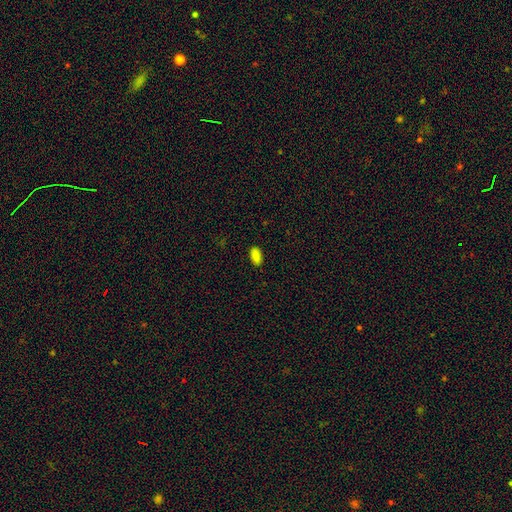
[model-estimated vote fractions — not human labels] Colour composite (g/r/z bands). It shows a smooth galaxy with no disk features (87%) that is in between round and cigar-shaped (93%). Merging: none (88%).